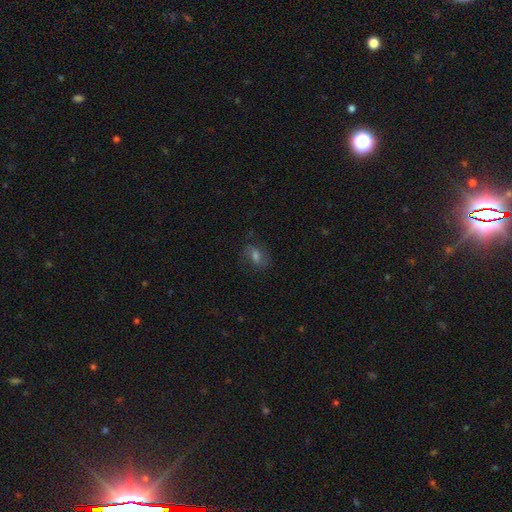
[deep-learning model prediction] smooth 40%, featured or disk 39%, star or artifact 21%. Down the decision tree: merging — none (71%).